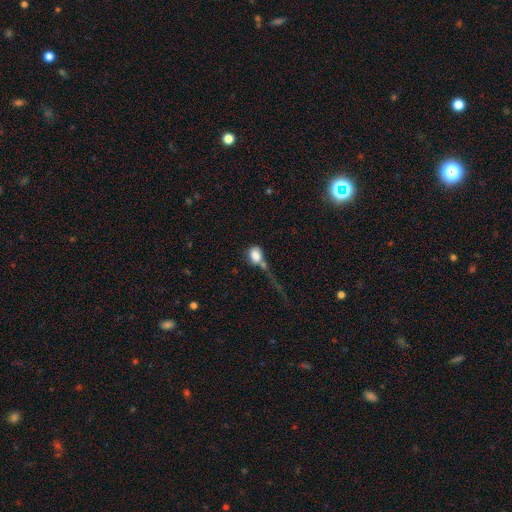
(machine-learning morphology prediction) smooth 78%, featured or disk 13%, star or artifact 9%. Down the decision tree: how rounded — in between (58%); merging — merger (31%, tied with major disturbance).